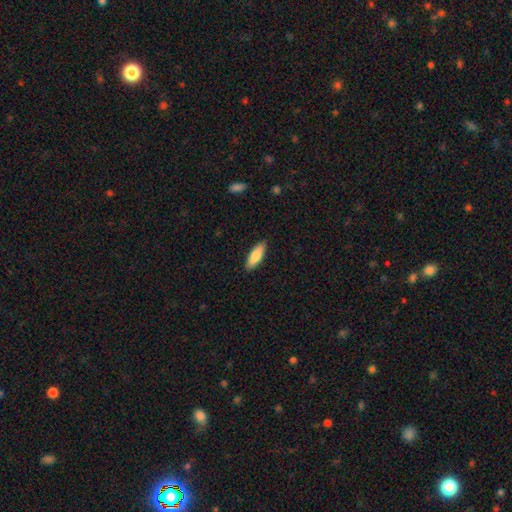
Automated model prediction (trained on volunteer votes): This is clearly a smooth galaxy (84%). How rounded: possibly in between (59%). Merging: clearly none (88%).